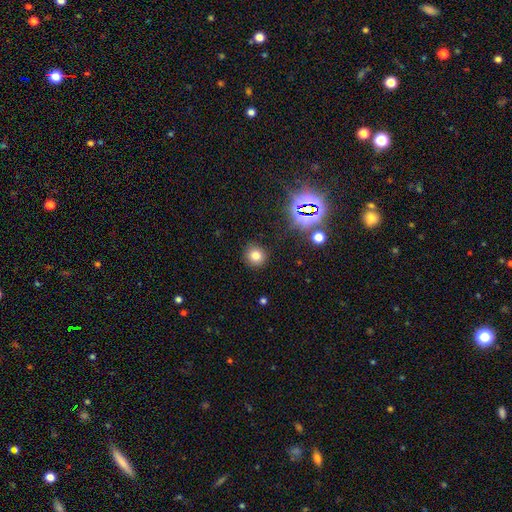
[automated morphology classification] Overall: smooth (75%). How rounded: round (90%). Merging: none (90%).